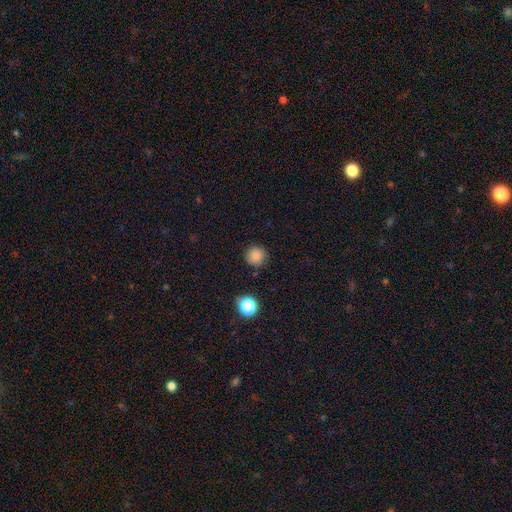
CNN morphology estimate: type=smooth (83%); roundness=round (94%); merging=none (86%).